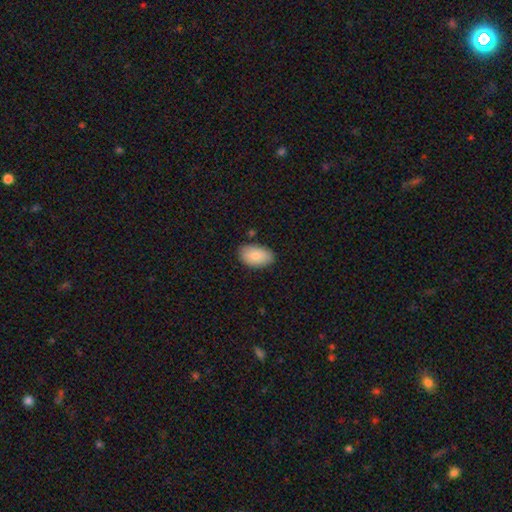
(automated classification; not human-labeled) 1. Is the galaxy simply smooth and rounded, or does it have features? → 85% smooth, 9% featured or disk, 6% star or artifact.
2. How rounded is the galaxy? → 94% in between, 5% round, 1% cigar-shaped.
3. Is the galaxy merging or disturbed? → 82% none, 14% minor disturbance, 3% major disturbance, 2% merger.